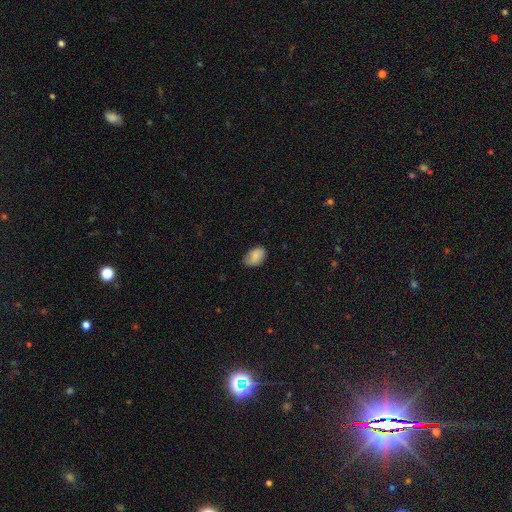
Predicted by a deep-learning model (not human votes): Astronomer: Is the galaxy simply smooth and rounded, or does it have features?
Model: smooth — 85%.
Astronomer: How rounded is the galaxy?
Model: in between — 88%.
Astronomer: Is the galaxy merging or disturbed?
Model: none — 75%.